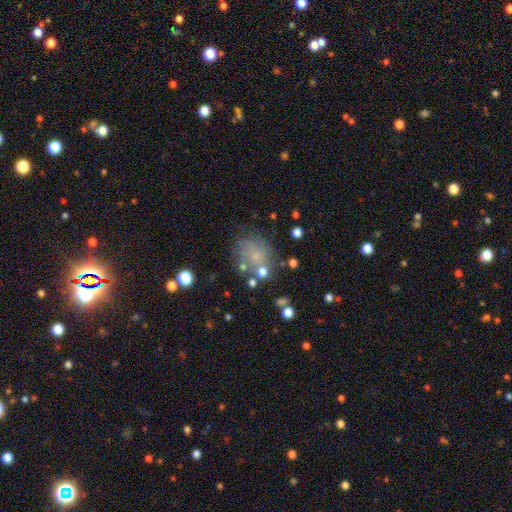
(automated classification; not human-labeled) smooth-or-featured: smooth: 62% | featured or disk: 21% | star or artifact: 18%
  how-rounded: round: 67% | in between: 31% | cigar-shaped: 1%
  merging: none: 60% | minor disturbance: 20% | major disturbance: 11% | merger: 9%